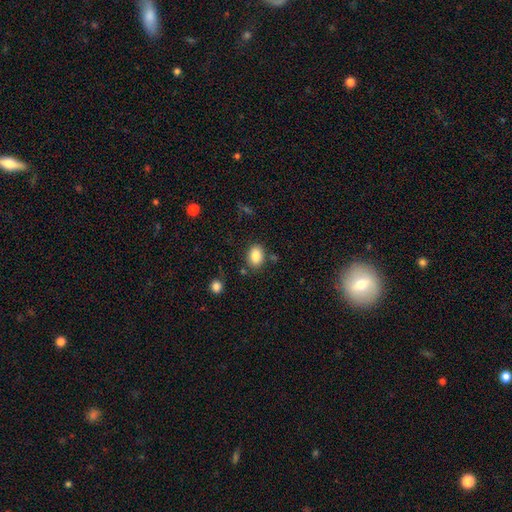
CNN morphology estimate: Smooth or featured?
  - smooth: 86% *
  - star or artifact: 8%
  - featured or disk: 5%
How rounded?
  - in between: 76% *
  - round: 23%
  - cigar-shaped: 1%
Merging?
  - none: 79% *
  - minor disturbance: 12%
  - merger: 5%
  - major disturbance: 4%